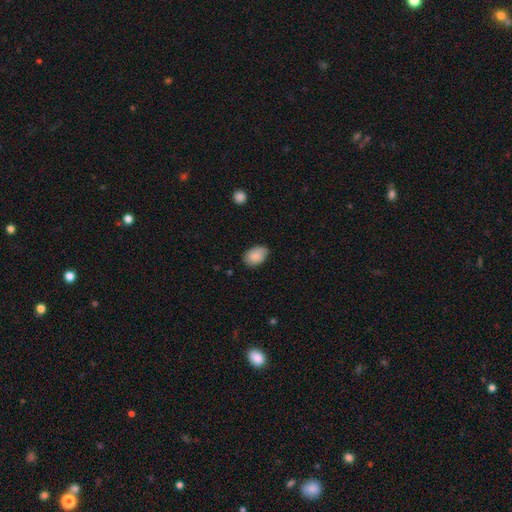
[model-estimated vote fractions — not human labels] Overall: smooth (81%). How rounded: in between (86%). Merging: none (72%).